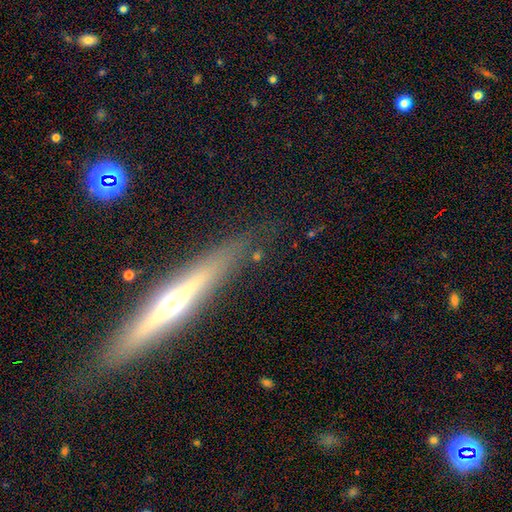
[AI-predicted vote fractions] featured or disk 56%, smooth 31%, star or artifact 13%. Down the decision tree: edge-on disk — yes (89%); merging — none (76%).